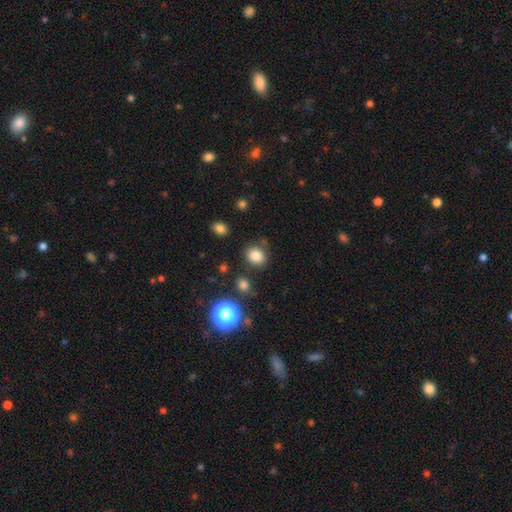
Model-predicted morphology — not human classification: smooth 81%, star or artifact 13%, featured or disk 6%. Down the decision tree: how rounded — round (70%); merging — none (82%).